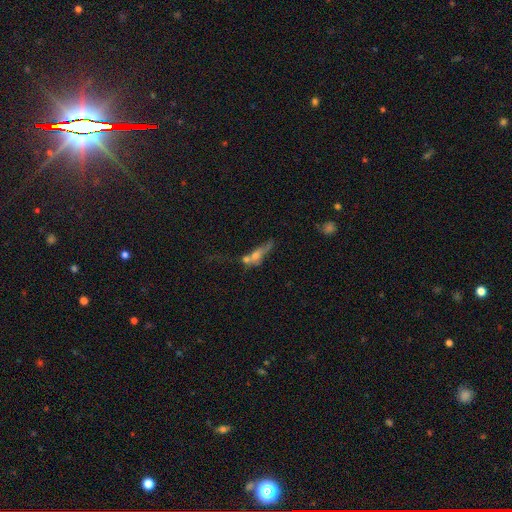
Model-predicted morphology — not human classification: A smooth galaxy with no disk features (44%, tied with featured or disk). Merging: merger (50%).